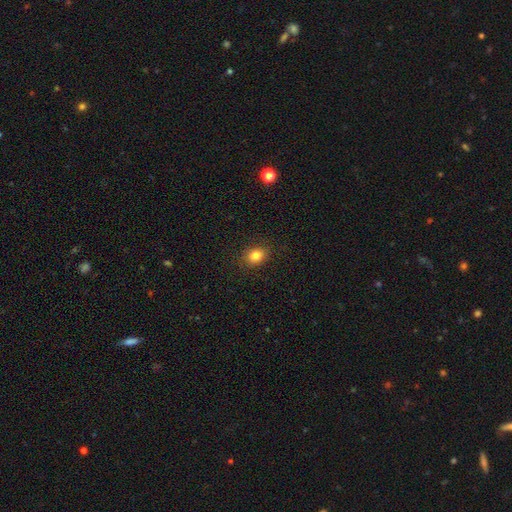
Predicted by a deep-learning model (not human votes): The model was most divided on "how rounded": round: 55%, in between: 44%, cigar-shaped: 1%. More confident: merging — none (88%); smooth or featured — smooth (82%).